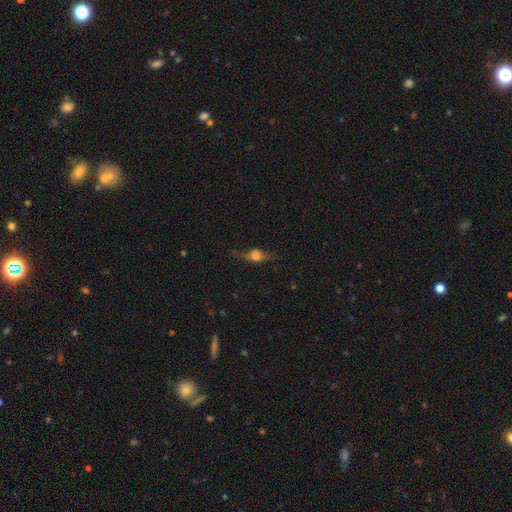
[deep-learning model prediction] This appears to be a featured or disk galaxy (53%) viewed edge-on (81%). Merging: none (60%).